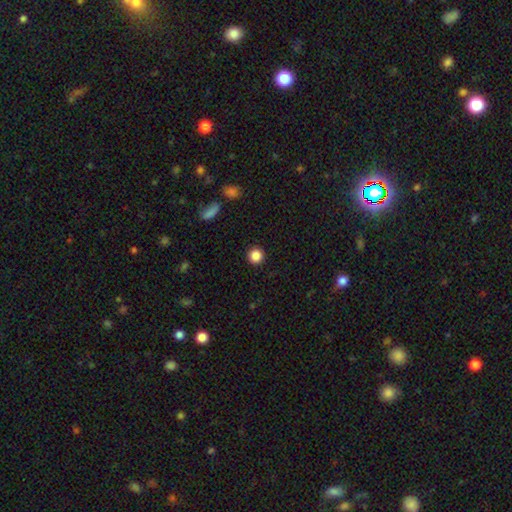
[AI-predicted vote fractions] Morphology: type=smooth (86%); roundness=round (95%); merging=none (93%).